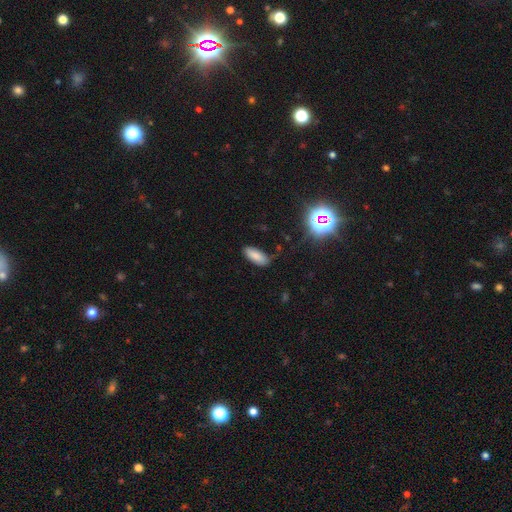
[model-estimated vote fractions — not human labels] The model was most divided on "merging": none: 81%, minor disturbance: 15%, major disturbance: 3%, merger: 2%. More confident: how rounded — in between (82%); smooth or featured — smooth (81%).